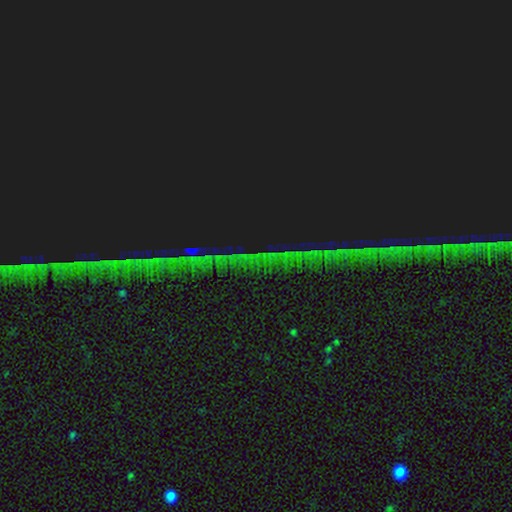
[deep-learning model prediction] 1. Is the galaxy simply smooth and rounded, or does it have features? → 85% star or artifact, 8% featured or disk, 7% smooth.